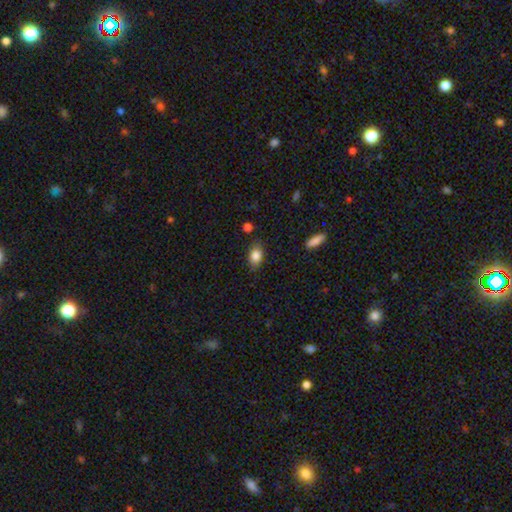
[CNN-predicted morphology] type=smooth (84%); roundness=in between (85%); merging=none (83%).